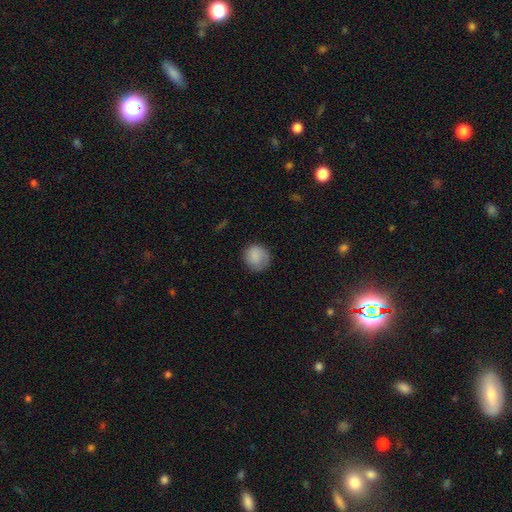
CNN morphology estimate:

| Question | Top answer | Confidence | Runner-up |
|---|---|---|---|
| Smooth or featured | smooth | 85% | star or artifact (7%) |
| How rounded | round | 87% | in between (12%) |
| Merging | none | 79% | minor disturbance (15%) |